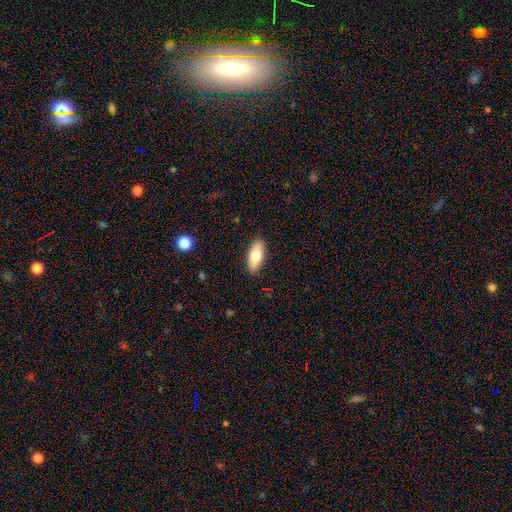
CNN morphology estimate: The model was most divided on "smooth or featured": smooth: 74%, featured or disk: 19%, star or artifact: 6%. More confident: merging — none (89%); how rounded — in between (80%).